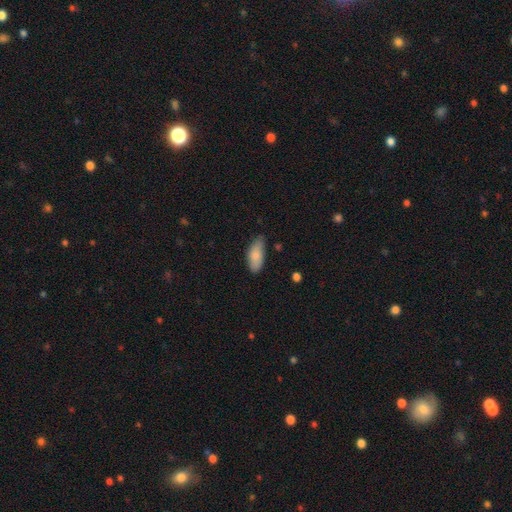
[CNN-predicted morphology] Smooth or featured? Predicted: smooth (p=0.84). How rounded? Predicted: in between (p=0.85). Merging? Predicted: none (p=0.68).